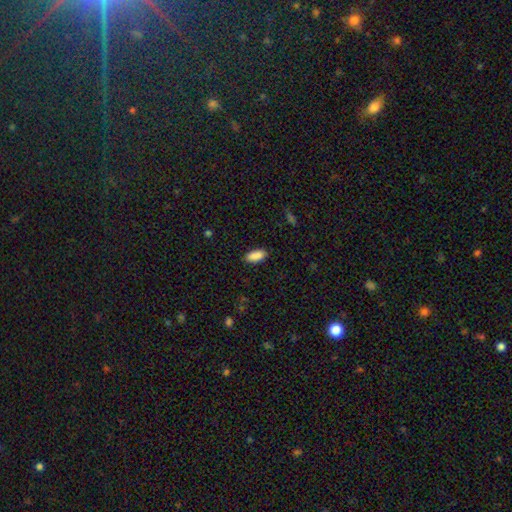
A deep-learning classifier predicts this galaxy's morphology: smooth-or-featured: smooth: 90% | star or artifact: 7% | featured or disk: 3%
  how-rounded: in between: 89% | cigar-shaped: 9% | round: 2%
  merging: none: 88% | minor disturbance: 9% | major disturbance: 2% | merger: 1%